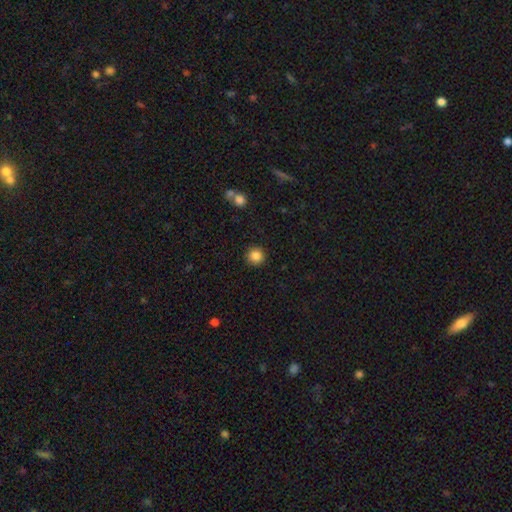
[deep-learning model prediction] Smooth or featured? Predicted: smooth (p=0.86). How rounded? Predicted: round (p=0.94). Merging? Predicted: none (p=0.91).